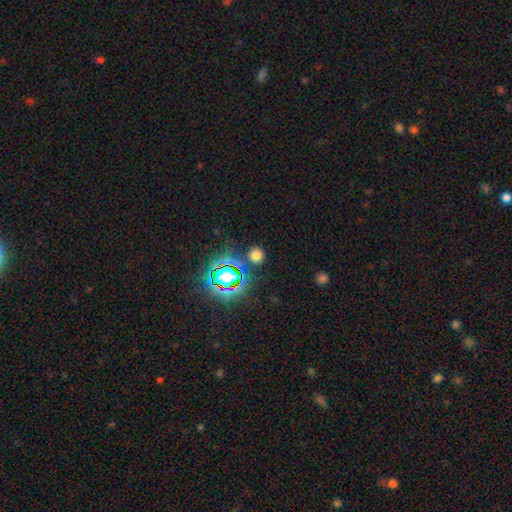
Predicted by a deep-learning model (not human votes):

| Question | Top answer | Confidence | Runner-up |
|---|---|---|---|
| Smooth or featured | smooth | 66% | star or artifact (28%) |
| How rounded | round | 90% | in between (9%) |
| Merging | none | 85% | minor disturbance (8%) |